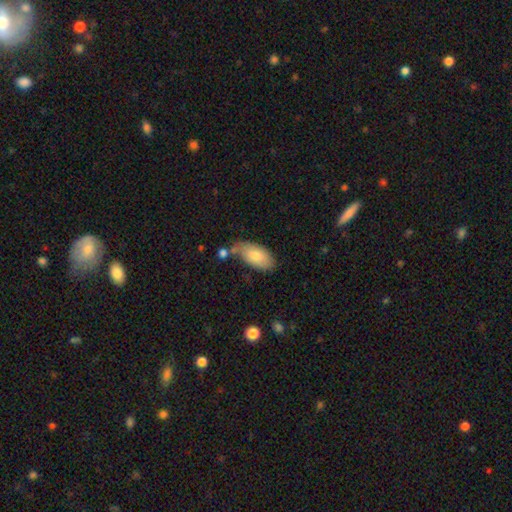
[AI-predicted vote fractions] Morphology: type=smooth (77%); roundness=in between (93%); merging=none (64%).